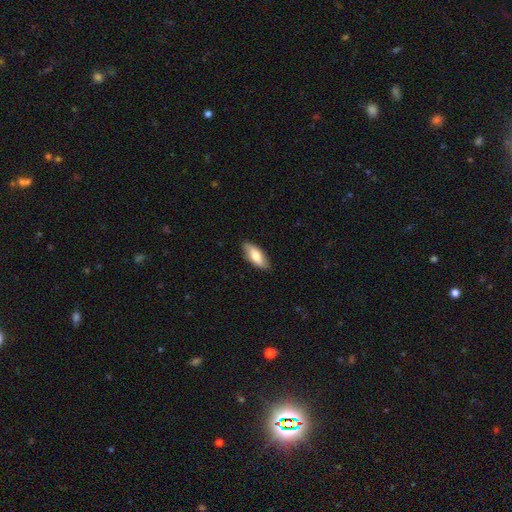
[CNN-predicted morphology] Smooth or featured? Predicted: smooth (p=0.73). How rounded? Predicted: in between (p=0.75). Merging? Predicted: none (p=0.86).